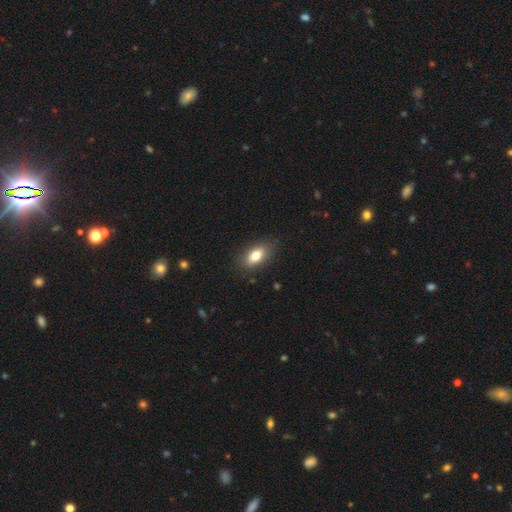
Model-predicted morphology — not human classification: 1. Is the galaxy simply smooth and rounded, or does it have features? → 77% smooth, 15% featured or disk, 8% star or artifact.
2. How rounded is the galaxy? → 86% in between, 7% cigar-shaped, 6% round.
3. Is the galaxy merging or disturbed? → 85% none, 11% minor disturbance, 3% major disturbance, 1% merger.